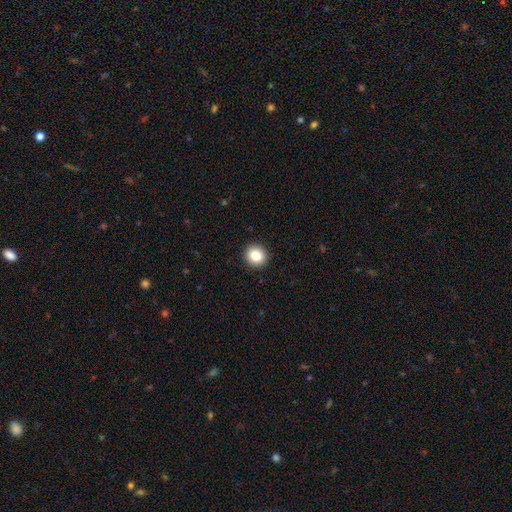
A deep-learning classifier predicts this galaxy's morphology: A smooth galaxy with no disk features (84%) that is round (90%).

Vote fractions:
- Smooth or featured? smooth: 84% / star or artifact: 9% / featured or disk: 6%
- How rounded? round: 90% / in between: 9% / cigar-shaped: 1%
- Merging? none: 93% / minor disturbance: 5% / major disturbance: 2% / merger: 1%